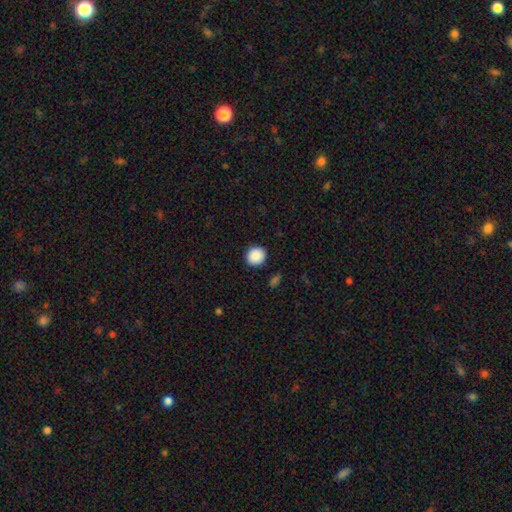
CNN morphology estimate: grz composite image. It shows a smooth galaxy with no disk features (89%) that is round (88%). Merging: none (91%).